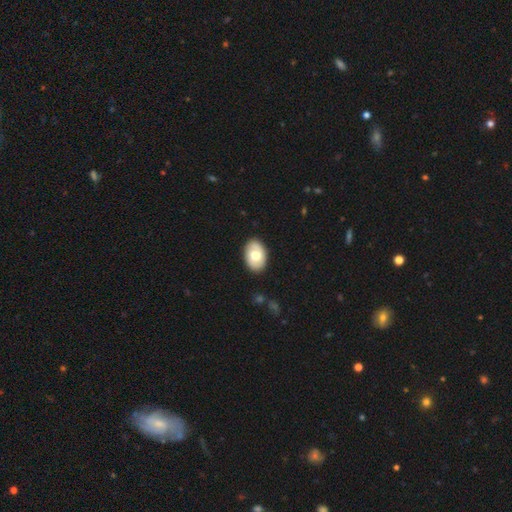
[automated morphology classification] Overall: smooth (63%; featured or disk 32%). How rounded: in between (86%). Merging: none (87%).